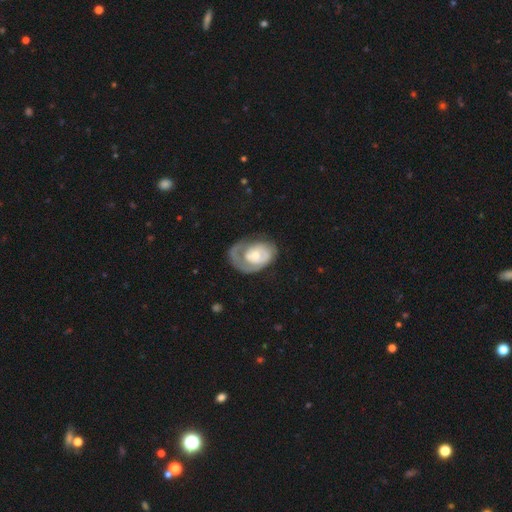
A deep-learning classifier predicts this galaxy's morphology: smooth-or-featured: featured or disk: 69% | smooth: 26% | star or artifact: 5%
  disk-edge-on: no: 97% | yes: 3%
    bar: no: 75% | weak: 21% | strong: 4%
    has-spiral-arms: yes: 75% | no: 25%
    bulge-size: moderate: 49% | small: 34% | large: 12% | none: 3% | dominant: 2%
  merging: none: 43% | major disturbance: 31% | minor disturbance: 24% | merger: 2%